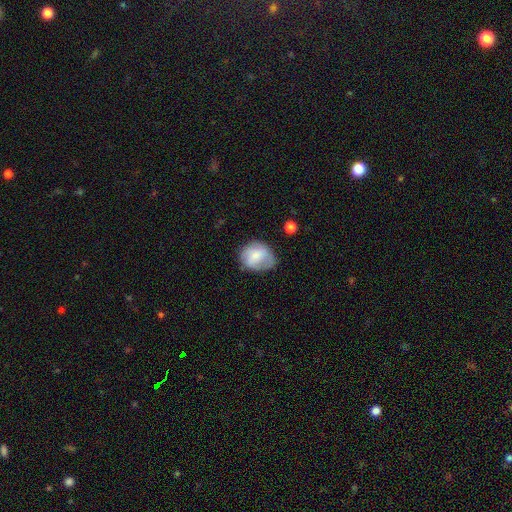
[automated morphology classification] The model was most divided on "how rounded": round: 57%, in between: 42%, cigar-shaped: 1%. More confident: smooth or featured — smooth (66%); merging — none (55%).